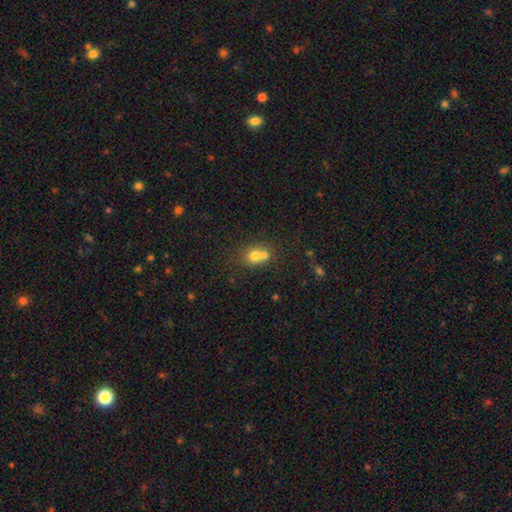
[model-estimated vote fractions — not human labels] Smooth or featured: smooth — 71% (featured or disk — 16%)
How rounded: round — 72% (in between — 27%)
Merging: merger — 56% (none — 34%)